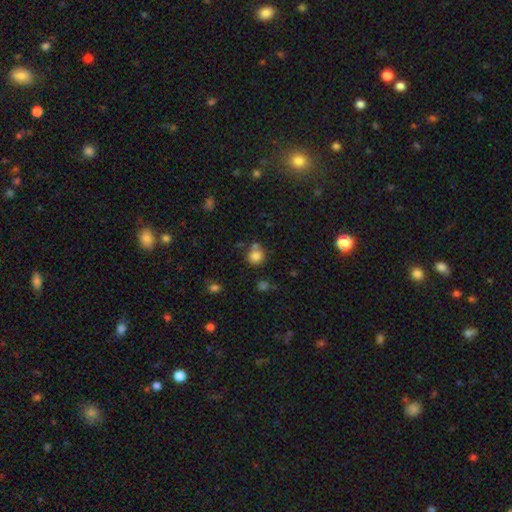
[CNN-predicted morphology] Overall: smooth (82%). How rounded: round (85%). Merging: none (63%).